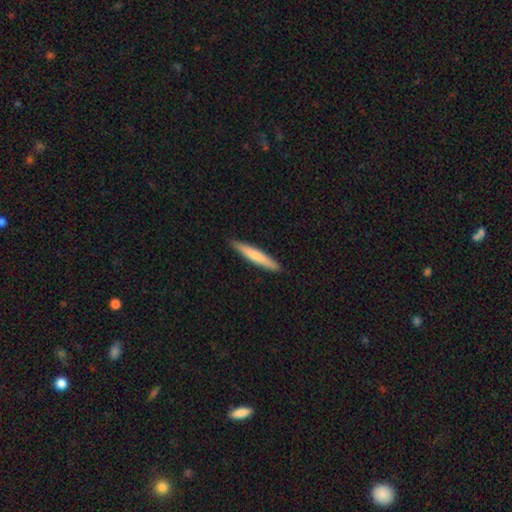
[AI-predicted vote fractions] smooth_or_featured: smooth (p=0.71) [alt: featured or disk p=0.24]
how_rounded: cigar-shaped (p=0.94) [alt: in between p=0.05]
merging: none (p=0.91) [alt: minor disturbance p=0.07]